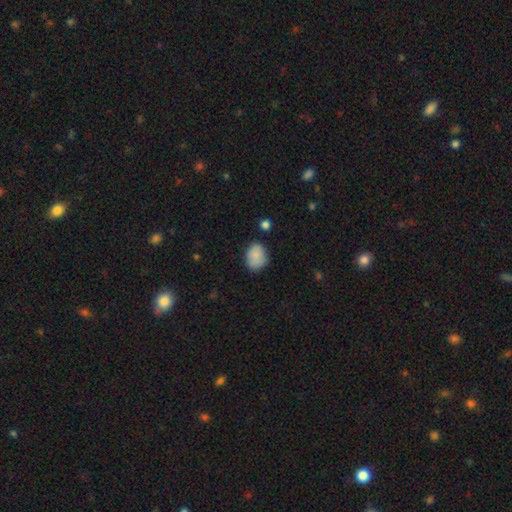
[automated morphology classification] Smooth or featured: smooth — 85% (star or artifact — 8%)
How rounded: in between — 60% (round — 39%)
Merging: none — 70% (minor disturbance — 23%)